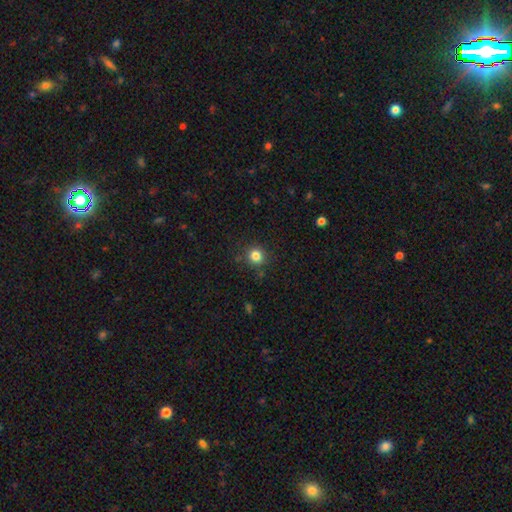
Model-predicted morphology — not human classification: This appears to be a smooth galaxy with no disk features (82%) that is round (92%). Merging: none (88%).